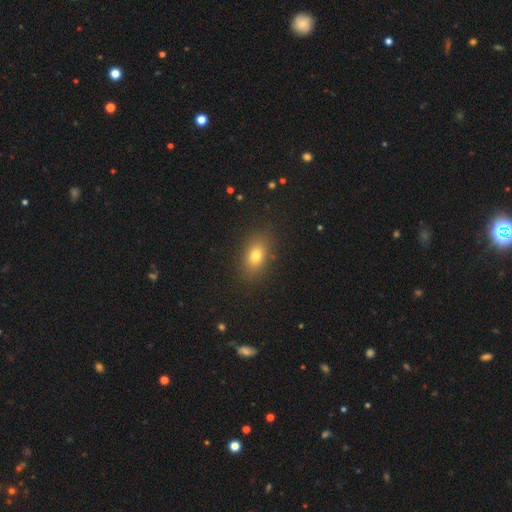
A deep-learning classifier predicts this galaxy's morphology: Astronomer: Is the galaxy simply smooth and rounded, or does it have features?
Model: smooth — 75%.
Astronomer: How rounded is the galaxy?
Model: in between — 79%.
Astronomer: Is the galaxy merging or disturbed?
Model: none — 86%.